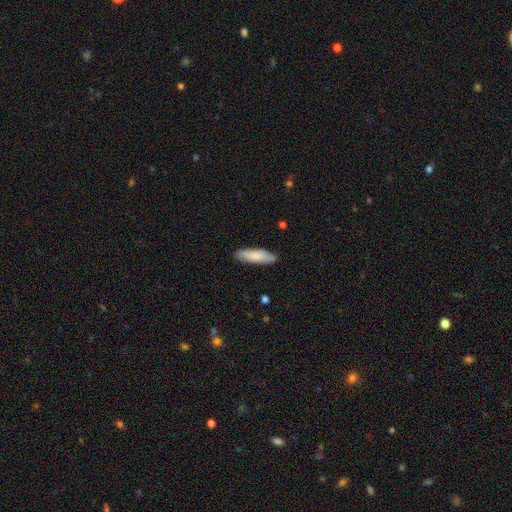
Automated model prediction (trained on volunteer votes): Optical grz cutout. It shows a smooth galaxy with no disk features (80%) that is cigar-shaped (53%). Merging: none (87%).